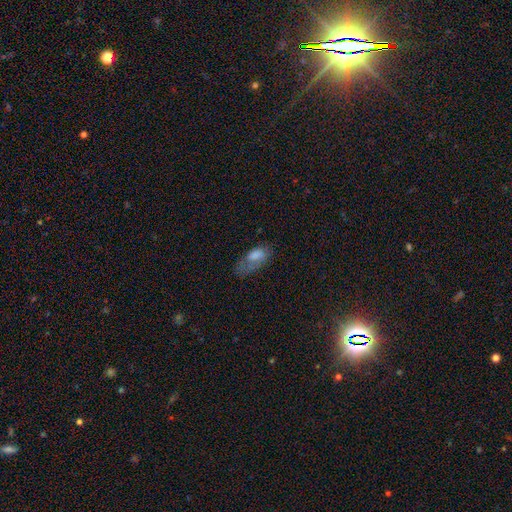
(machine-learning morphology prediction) smooth 69%, featured or disk 22%, star or artifact 9%. Down the decision tree: how rounded — in between (89%); merging — major disturbance (33%).